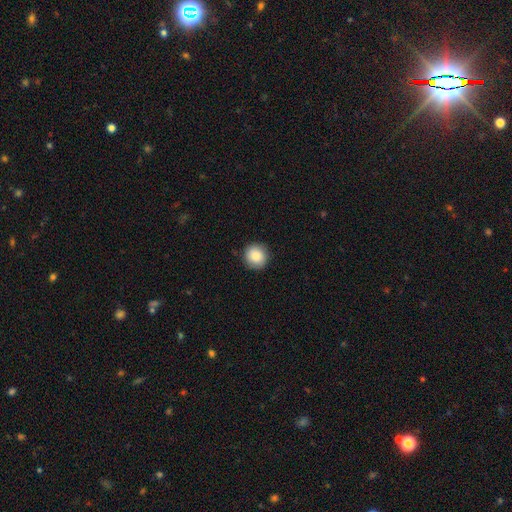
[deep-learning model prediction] A smooth galaxy with no disk features (87%) that is round (94%).

Vote fractions:
- Smooth or featured? smooth: 87% / star or artifact: 8% / featured or disk: 5%
- How rounded? round: 94% / in between: 5% / cigar-shaped: 1%
- Merging? none: 89% / minor disturbance: 8% / major disturbance: 2% / merger: 1%